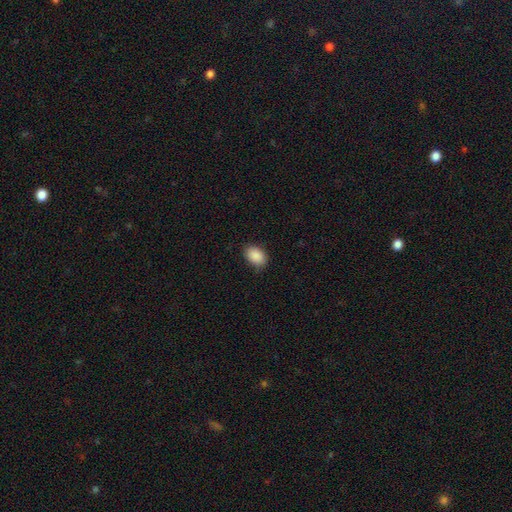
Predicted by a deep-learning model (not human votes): Overall: smooth (90%). How rounded: in between (83%). Merging: none (85%).